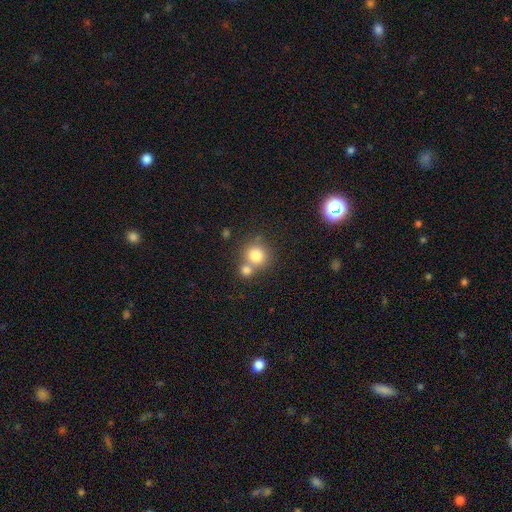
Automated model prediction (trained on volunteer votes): smooth_or_featured: smooth (p=0.80) [alt: star or artifact p=0.11]
how_rounded: round (p=0.89) [alt: in between p=0.10]
merging: none (p=0.51) [alt: merger p=0.39]